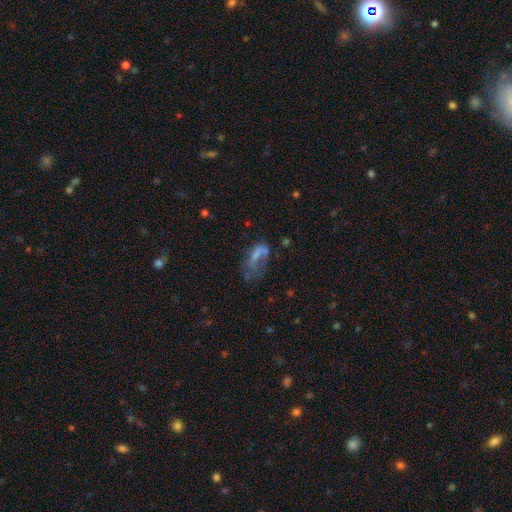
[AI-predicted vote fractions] Overall: smooth (46%; featured or disk 37%). Merging: major disturbance (41%; none 30%).